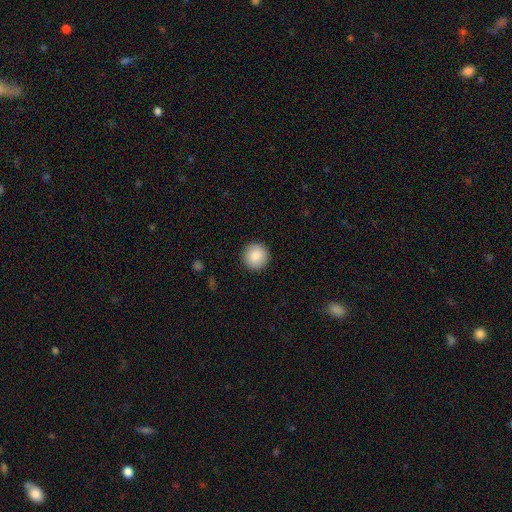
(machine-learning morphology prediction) The model was most divided on "smooth or featured": smooth: 87%, star or artifact: 7%, featured or disk: 5%. More confident: how rounded — round (96%); merging — none (93%).